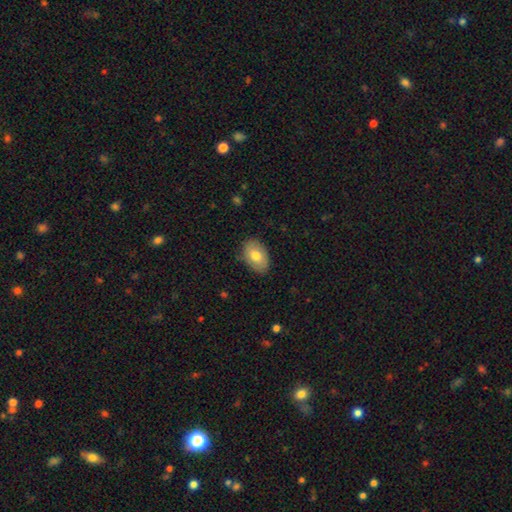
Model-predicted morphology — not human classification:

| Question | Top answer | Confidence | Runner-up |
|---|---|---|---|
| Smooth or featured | smooth | 73% | featured or disk (20%) |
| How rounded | in between | 89% | round (10%) |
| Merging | none | 83% | minor disturbance (14%) |